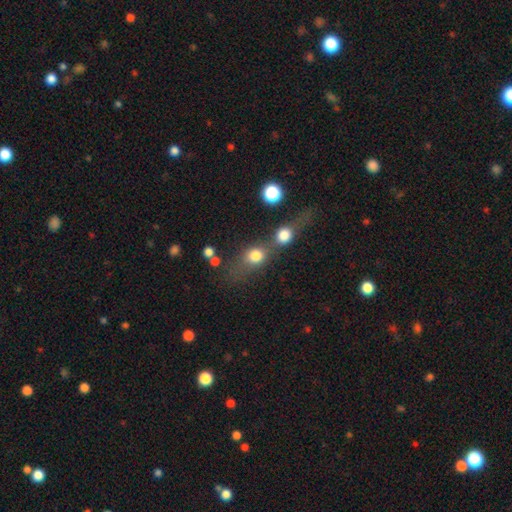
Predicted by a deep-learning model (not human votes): smooth-or-featured: smooth: 73% | featured or disk: 14% | star or artifact: 13%
  how-rounded: round: 67% | in between: 30% | cigar-shaped: 4%
  merging: merger: 52% | none: 31% | minor disturbance: 9% | major disturbance: 9%